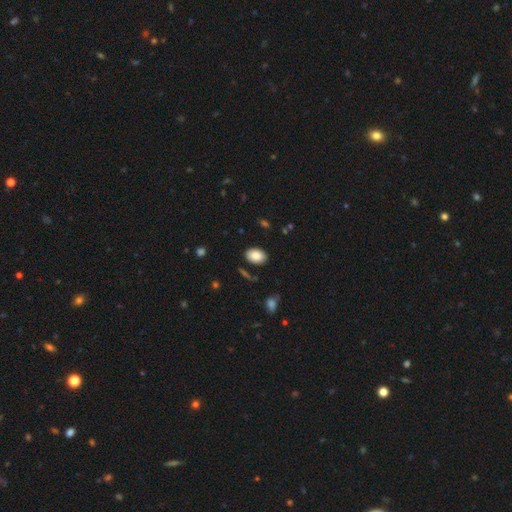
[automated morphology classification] Smooth or featured? Predicted: smooth (p=0.85). How rounded? Predicted: in between (p=0.86). Merging? Predicted: none (p=0.86).